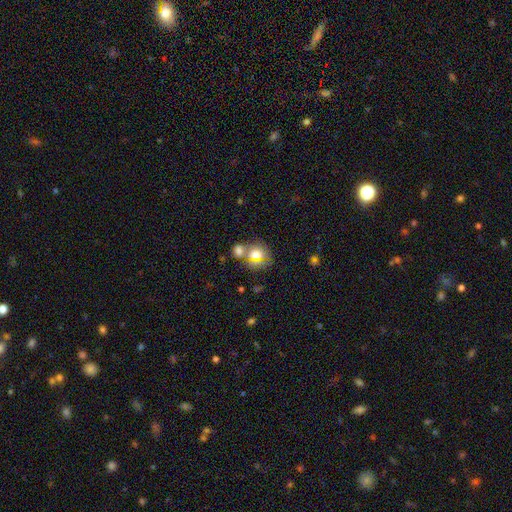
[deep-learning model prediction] smooth 68%, star or artifact 17%, featured or disk 15%. Down the decision tree: how rounded — round (66%); merging — none (43%).